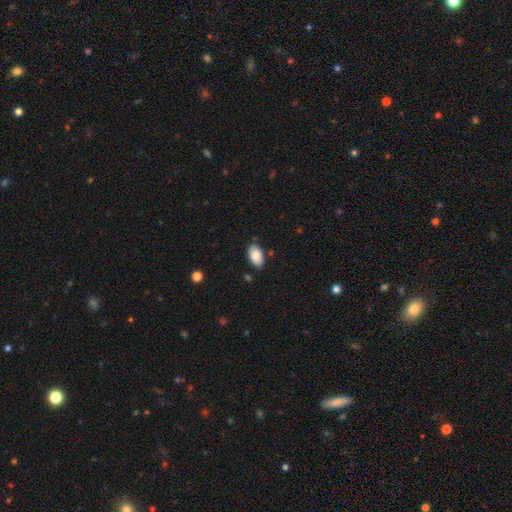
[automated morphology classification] Smooth or featured?
  - smooth: 85% *
  - featured or disk: 8%
  - star or artifact: 7%
How rounded?
  - in between: 95% *
  - round: 4%
  - cigar-shaped: 2%
Merging?
  - none: 82% *
  - minor disturbance: 13%
  - major disturbance: 2%
  - merger: 2%